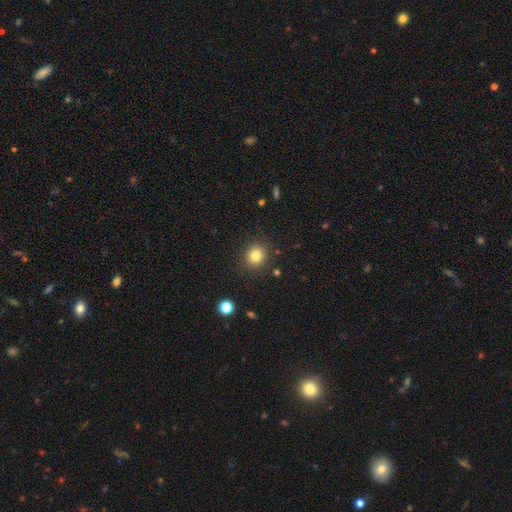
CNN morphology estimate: Overall: smooth (81%). How rounded: round (84%). Merging: none (89%).